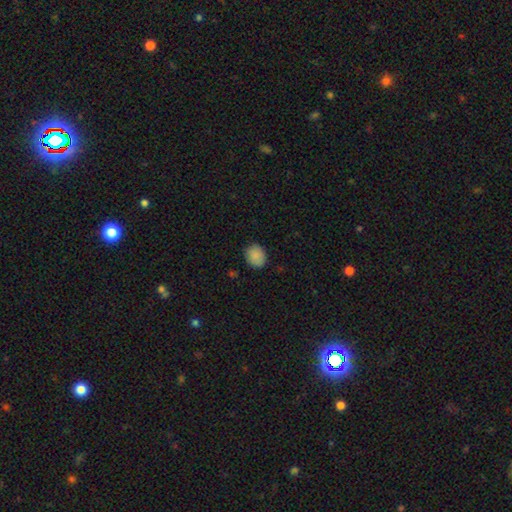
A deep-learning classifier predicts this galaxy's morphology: The model was most divided on "how rounded": round: 58%, in between: 41%, cigar-shaped: 1%. More confident: smooth or featured — smooth (88%); merging — none (85%).